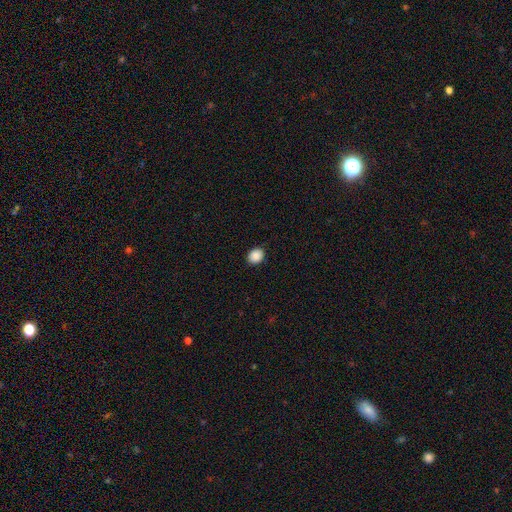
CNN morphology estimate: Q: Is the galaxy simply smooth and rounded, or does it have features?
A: smooth — 89%.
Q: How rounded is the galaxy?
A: round — 62%.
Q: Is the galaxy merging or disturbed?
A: none — 89%.